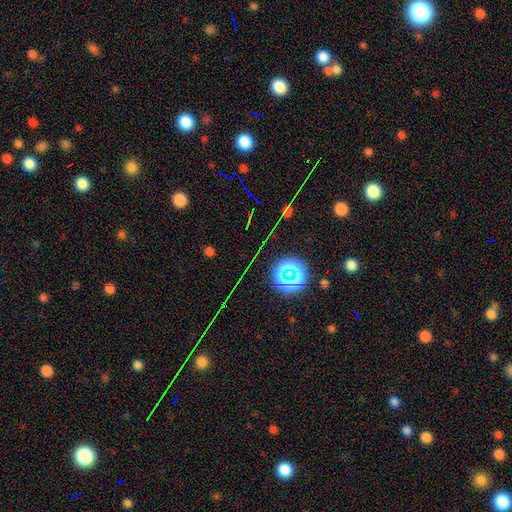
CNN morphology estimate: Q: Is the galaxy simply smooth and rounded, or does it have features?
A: star or artifact — 73%.